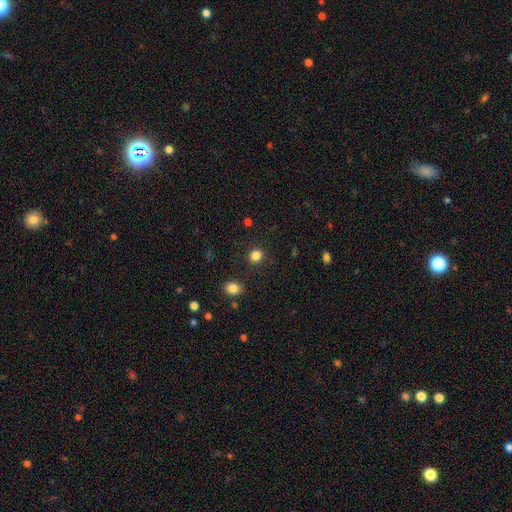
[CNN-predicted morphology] A smooth galaxy with no disk features (83%) that is round (85%).

Vote fractions:
- Smooth or featured? smooth: 83% / star or artifact: 12% / featured or disk: 4%
- How rounded? round: 85% / in between: 14% / cigar-shaped: 1%
- Merging? none: 89% / minor disturbance: 6% / major disturbance: 3% / merger: 2%